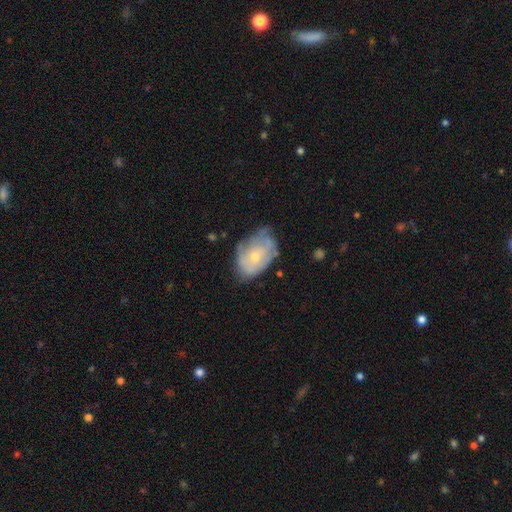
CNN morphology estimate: type=featured or disk (54%); edge-on=no (96%); bar=no (83%); spiral arms=yes (51%); bulge=small (60%); merging=none (43%).